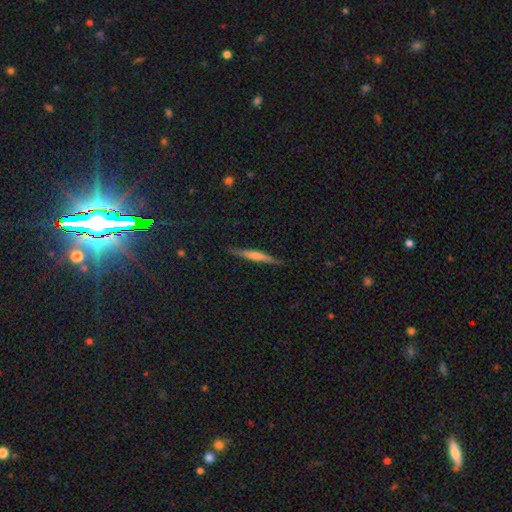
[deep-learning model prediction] Smooth or featured: featured or disk — 51% (smooth — 42%)
Edge-on disk: yes — 96% (no — 4%)
Merging: none — 87% (minor disturbance — 10%)